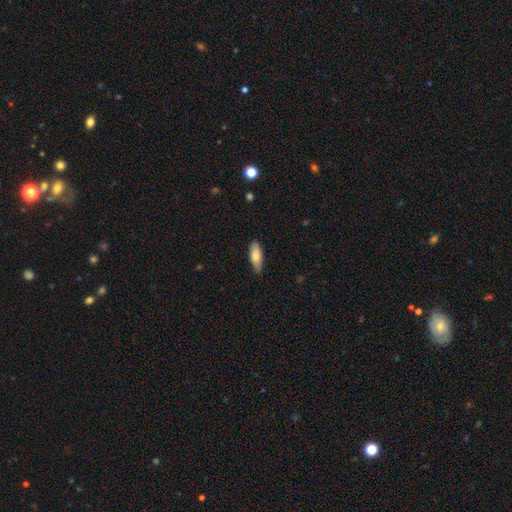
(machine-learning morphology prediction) smooth_or_featured: smooth (p=0.76) [alt: featured or disk p=0.19]
how_rounded: in between (p=0.70) [alt: cigar-shaped p=0.28]
merging: none (p=0.83) [alt: minor disturbance p=0.14]